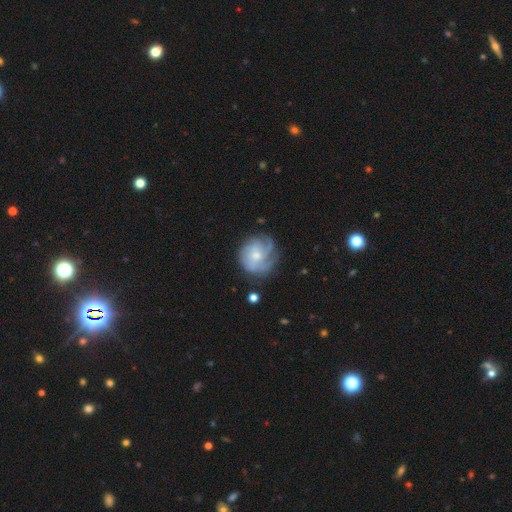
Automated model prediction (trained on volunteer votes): This is likely a featured or disk galaxy (70%). It is clearly not viewed edge-on (98%). Bar: likely no (73%). Spiral arm pattern: clearly yes (90%). Spiral arm count: marginally can't tell (34%). Spiral winding: possibly tight (48%). Central bulge: possibly moderate (46%). Merging: likely none (66%).